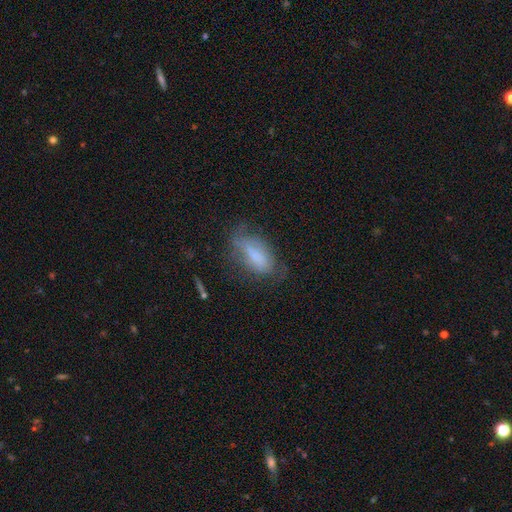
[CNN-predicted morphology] smooth_or_featured: smooth (p=0.63) [alt: featured or disk p=0.28]
how_rounded: in between (p=0.80) [alt: cigar-shaped p=0.17]
merging: none (p=0.46) [alt: minor disturbance p=0.31]